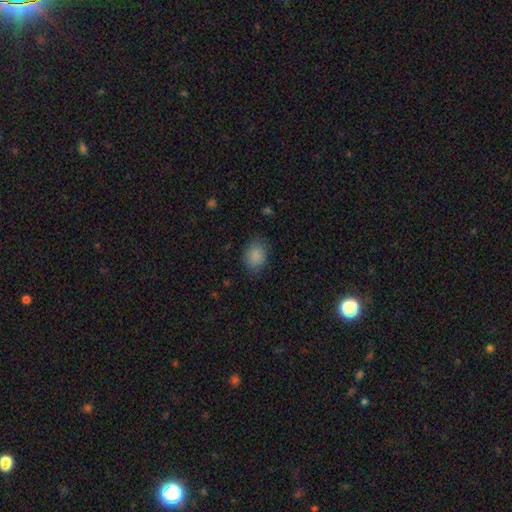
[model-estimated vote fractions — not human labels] Morphology: type=smooth (87%); roundness=in between (58%); merging=none (81%).